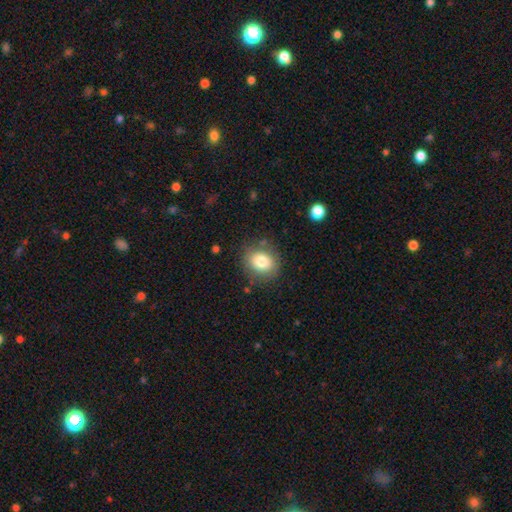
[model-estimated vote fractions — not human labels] Morphology: type=smooth (71%); roundness=round (72%); merging=none (87%).